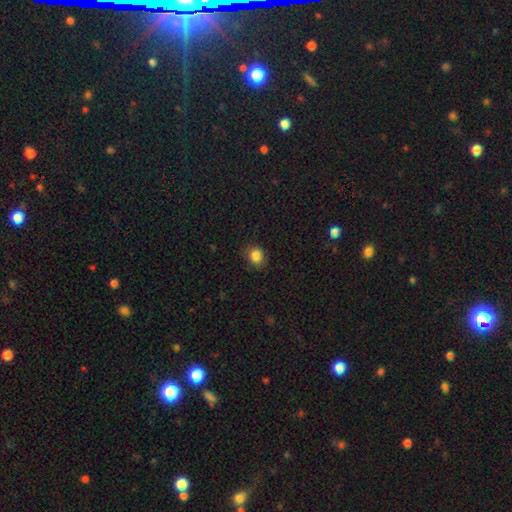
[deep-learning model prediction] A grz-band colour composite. It shows a smooth galaxy with no disk features (85%) that is round (63%). Merging: none (84%).